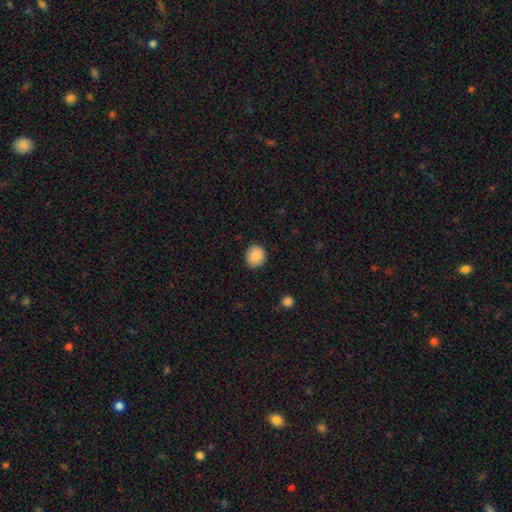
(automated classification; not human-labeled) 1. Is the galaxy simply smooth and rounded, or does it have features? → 88% smooth, 8% star or artifact, 5% featured or disk.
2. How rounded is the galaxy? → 85% round, 14% in between, 1% cigar-shaped.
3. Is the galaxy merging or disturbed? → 90% none, 7% minor disturbance, 2% major disturbance, 1% merger.